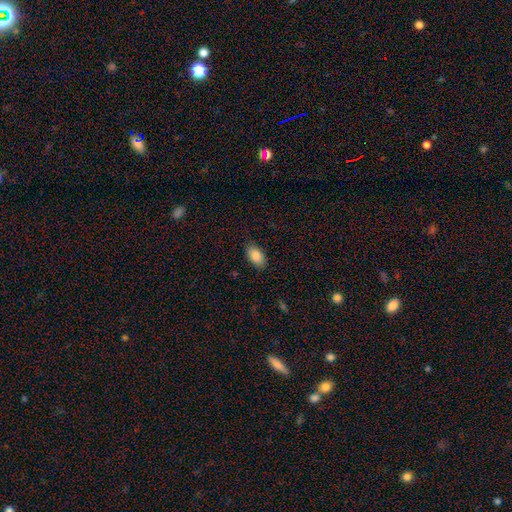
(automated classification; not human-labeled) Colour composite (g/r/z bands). It shows a smooth galaxy with no disk features (87%) that is in between round and cigar-shaped (93%). Merging: none (84%).